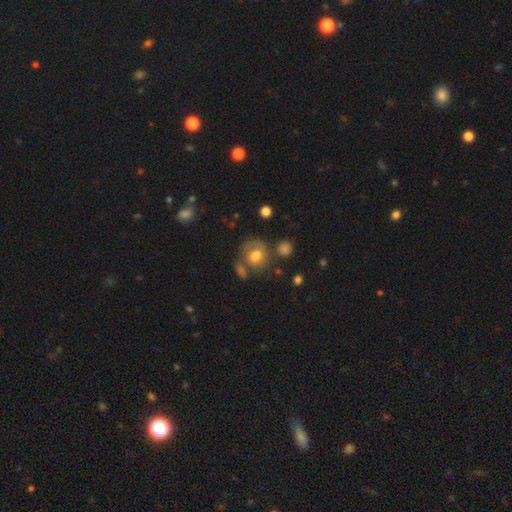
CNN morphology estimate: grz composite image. It shows a smooth galaxy with no disk features (63%) that is round (67%). Merging: none (51%).